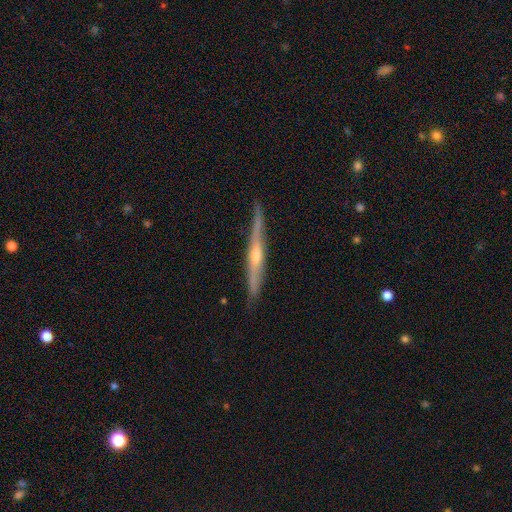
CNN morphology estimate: A featured or disk galaxy (79%) viewed edge-on (97%) with a rounded central bulge (85%).

Vote fractions:
- Smooth or featured? featured or disk: 79% / smooth: 15% / star or artifact: 5%
- Edge-on disk? yes: 97% / no: 3%
- Edge-on bulge? rounded: 85% / none: 11% / boxy: 4%
- Merging? none: 88% / minor disturbance: 10% / major disturbance: 2% / merger: 1%